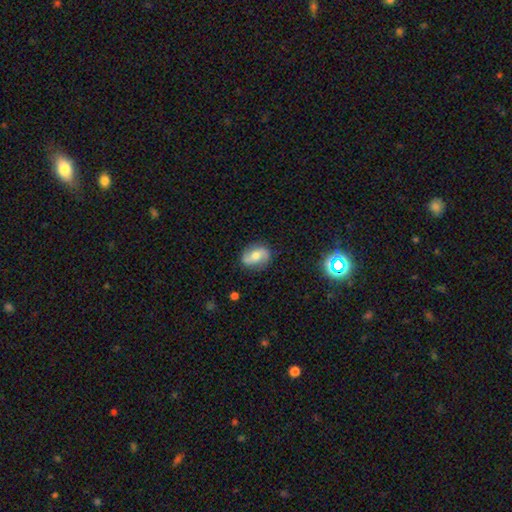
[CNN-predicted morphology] Smooth or featured: featured or disk — 54% (smooth — 37%)
Edge-on disk: no — 95% (yes — 5%)
Bar: no — 51% (weak — 33%)
Spiral arms: yes — 85% (no — 15%)
Bulge size: moderate — 63% (small — 26%)
Merging: none — 79% (minor disturbance — 15%)